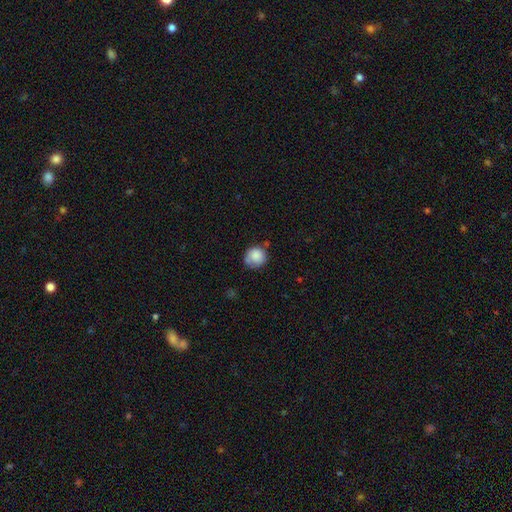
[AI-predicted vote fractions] This is clearly a smooth galaxy (82%). How rounded: clearly round (88%). Merging: likely none (63%).